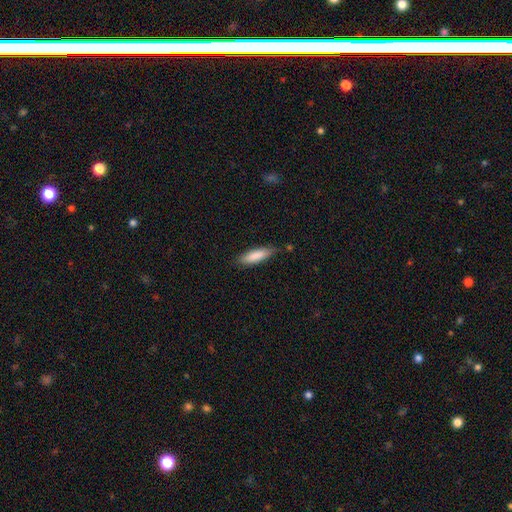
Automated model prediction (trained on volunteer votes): Morphology: type=smooth (84%); roundness=cigar-shaped (61%); merging=none (79%).